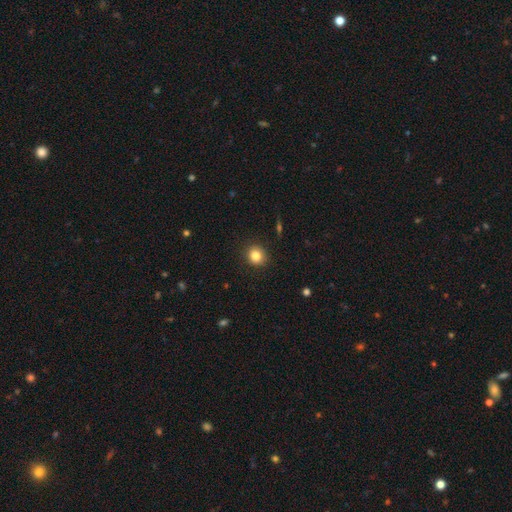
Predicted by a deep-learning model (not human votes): Smooth or featured? Predicted: smooth (p=0.83). How rounded? Predicted: round (p=0.85). Merging? Predicted: none (p=0.90).